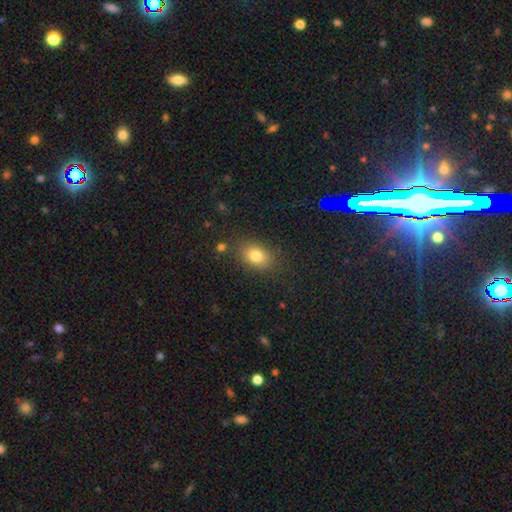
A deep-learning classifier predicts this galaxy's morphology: smooth-or-featured: smooth: 80% | star or artifact: 10% | featured or disk: 9%
  how-rounded: in between: 79% | round: 19% | cigar-shaped: 2%
  merging: none: 82% | minor disturbance: 11% | major disturbance: 4% | merger: 3%